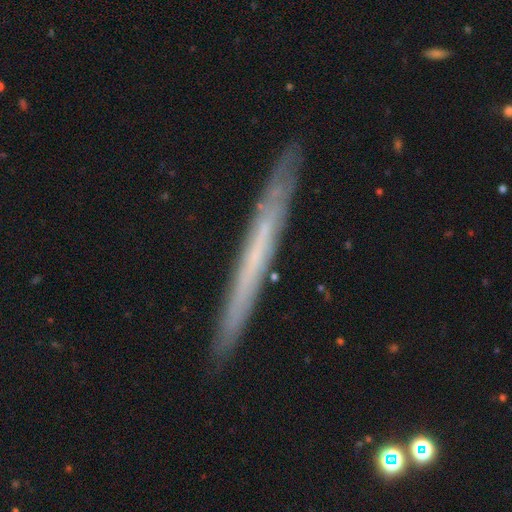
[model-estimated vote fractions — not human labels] A featured or disk galaxy (59%) viewed edge-on (94%) with no central bulge (91%). Merging: none (89%).